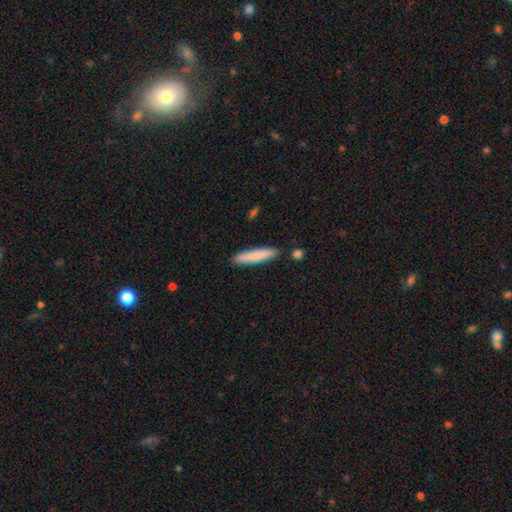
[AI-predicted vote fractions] Smooth or featured?
  - smooth: 81% *
  - featured or disk: 14%
  - star or artifact: 5%
How rounded?
  - cigar-shaped: 88% *
  - in between: 11%
  - round: 1%
Merging?
  - none: 87% *
  - minor disturbance: 8%
  - merger: 3%
  - major disturbance: 2%